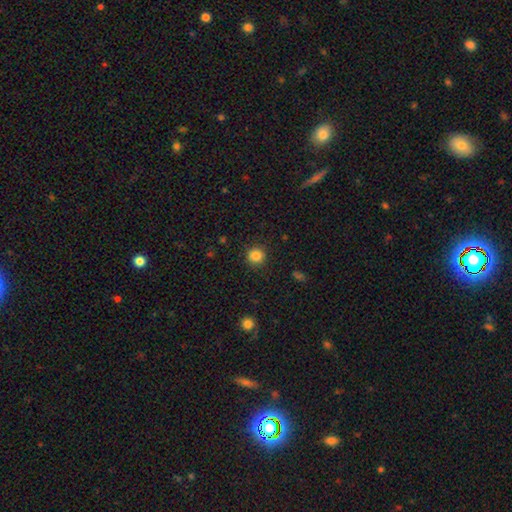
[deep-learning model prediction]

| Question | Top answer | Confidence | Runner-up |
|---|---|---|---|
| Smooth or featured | smooth | 85% | star or artifact (11%) |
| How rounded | round | 93% | in between (6%) |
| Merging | none | 90% | minor disturbance (6%) |